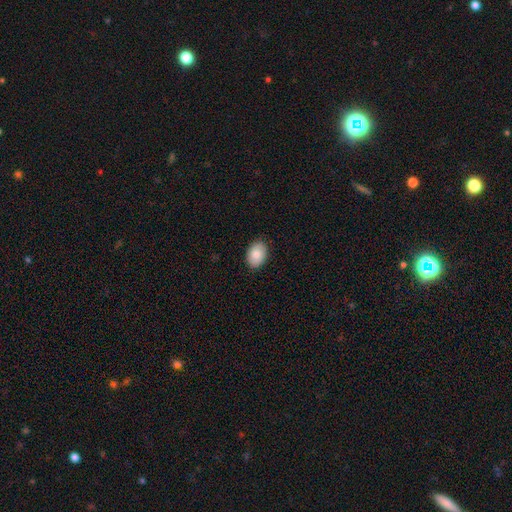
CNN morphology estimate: Smooth or featured?
  - smooth: 83% *
  - featured or disk: 10%
  - star or artifact: 7%
How rounded?
  - in between: 80% *
  - round: 19%
  - cigar-shaped: 1%
Merging?
  - none: 89% *
  - minor disturbance: 9%
  - major disturbance: 2%
  - merger: 1%